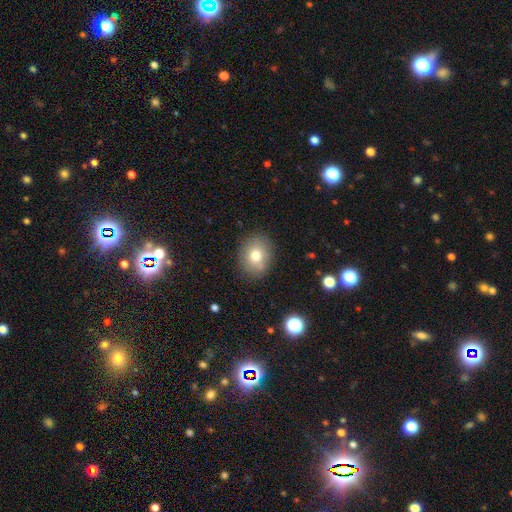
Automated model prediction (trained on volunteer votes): This is likely a smooth galaxy (75%). How rounded: possibly round (54%). Merging: clearly none (84%).